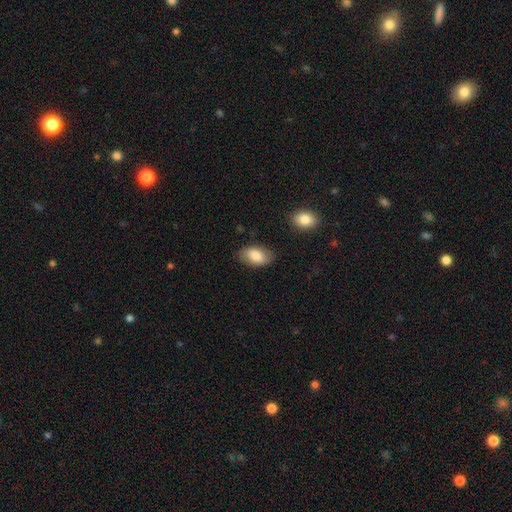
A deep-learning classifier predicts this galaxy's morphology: smooth-or-featured: smooth: 84% | featured or disk: 10% | star or artifact: 6%
  how-rounded: in between: 94% | round: 5% | cigar-shaped: 2%
  merging: none: 80% | minor disturbance: 15% | major disturbance: 3% | merger: 2%